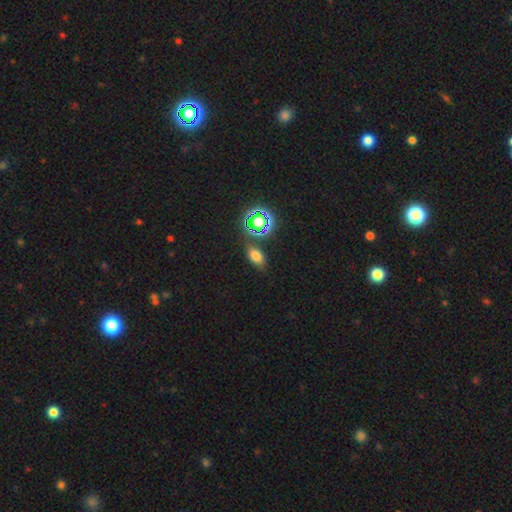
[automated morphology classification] This appears to be a smooth galaxy with no disk features (69%) that is in between round and cigar-shaped (84%). Merging: none (79%).